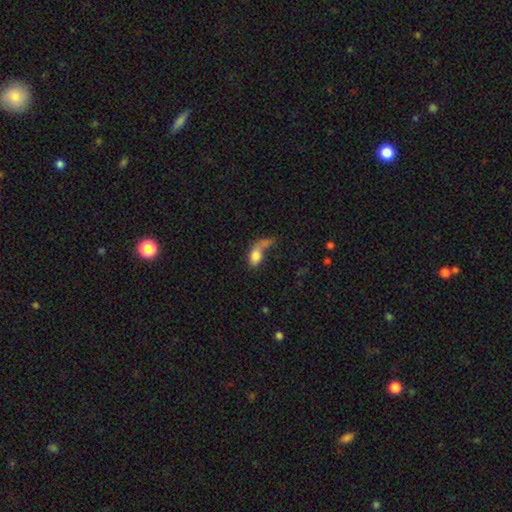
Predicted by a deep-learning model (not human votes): Q: Smooth or featured?
A: smooth (75%); runner-up: featured or disk (16%)
Q: How rounded?
A: in between (80%); runner-up: round (15%)
Q: Merging?
A: major disturbance (32%); runner-up: merger (28%)